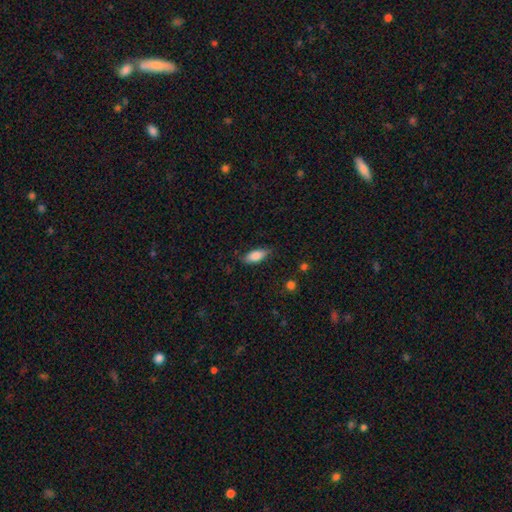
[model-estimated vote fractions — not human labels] smooth 82%, featured or disk 11%, star or artifact 7%. Down the decision tree: how rounded — in between (81%); merging — none (78%).